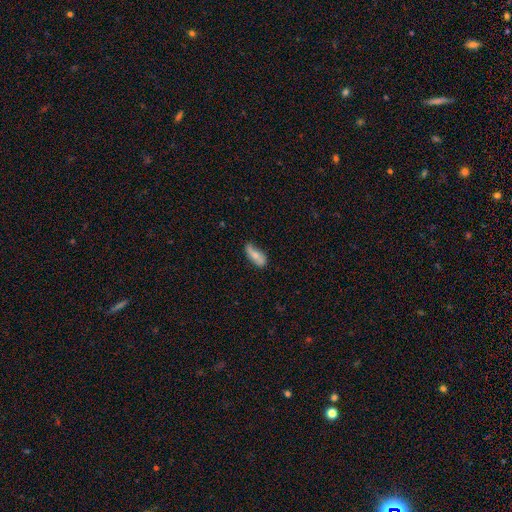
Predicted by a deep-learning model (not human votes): Smooth or featured: smooth — 61% (featured or disk — 32%)
How rounded: in between — 74% (cigar-shaped — 23%)
Merging: none — 57% (minor disturbance — 32%)